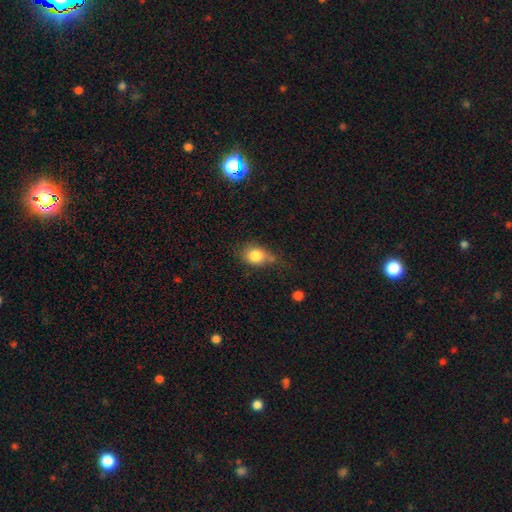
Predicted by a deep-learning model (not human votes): This is clearly a smooth galaxy (81%). How rounded: possibly round (51%). Merging: possibly none (47%).